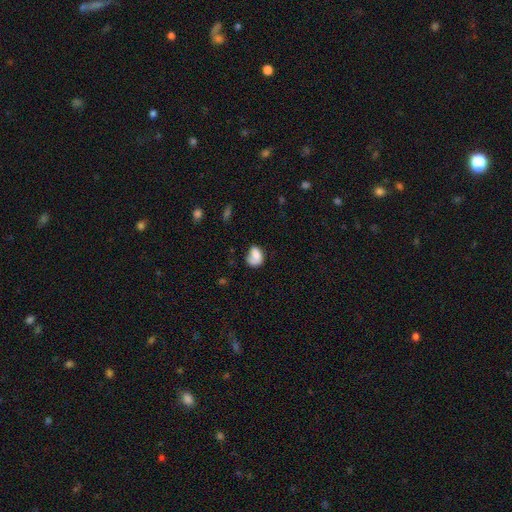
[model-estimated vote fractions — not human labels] A smooth galaxy with no disk features (73%) that is in between round and cigar-shaped (70%). Merging: none (42%).